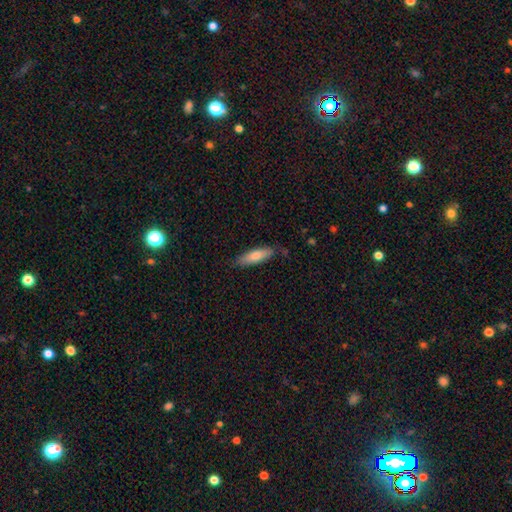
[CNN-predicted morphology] This is likely a smooth galaxy (76%). How rounded: possibly cigar-shaped (57%). Merging: clearly none (80%).